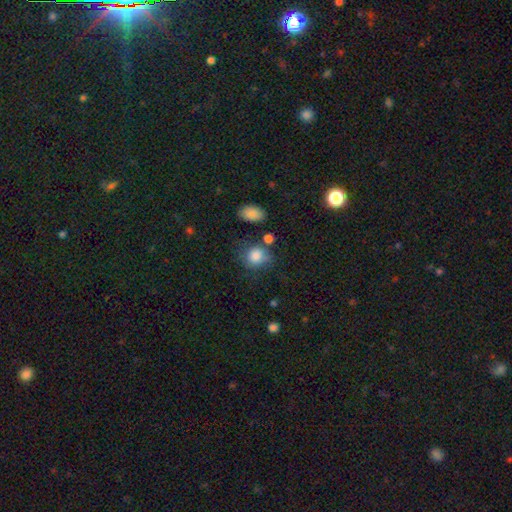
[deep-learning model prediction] Morphology: type=smooth (84%); roundness=round (73%); merging=none (62%).